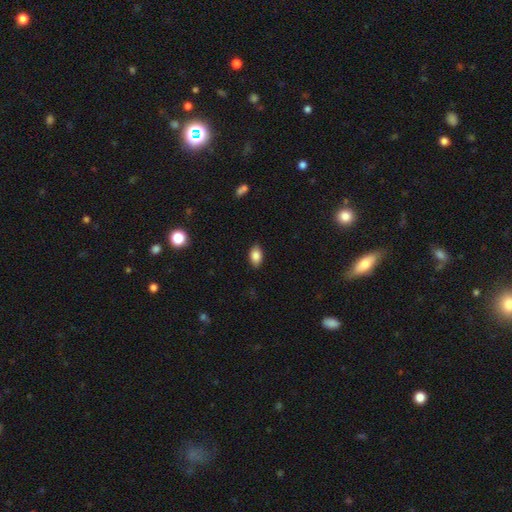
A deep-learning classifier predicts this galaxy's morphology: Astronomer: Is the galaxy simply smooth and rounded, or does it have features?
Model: smooth — 86%.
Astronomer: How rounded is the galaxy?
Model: in between — 90%.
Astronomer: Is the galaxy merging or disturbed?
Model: none — 87%.